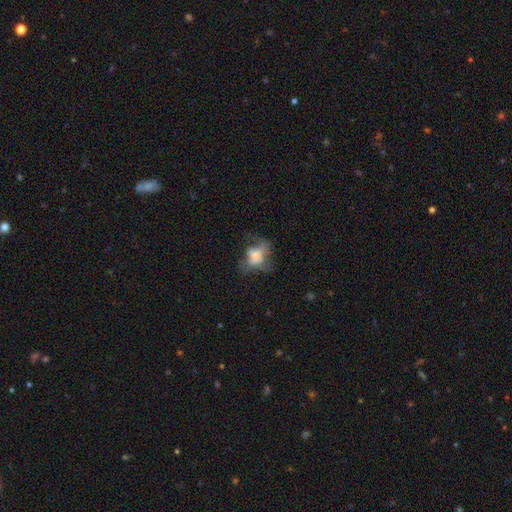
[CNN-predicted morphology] Overall: smooth (50%; featured or disk 39%). Merging: major disturbance (39%; none 34%).